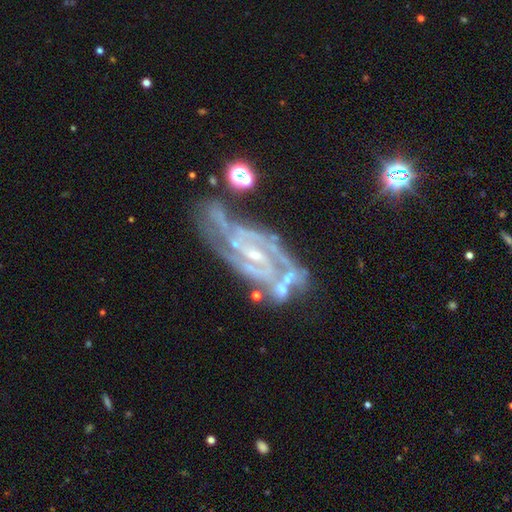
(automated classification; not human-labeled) A featured or disk galaxy (89%) with a weak bar (41%), 2 (46%) tight (53%) spiral arms (98%) and a small central bulge (75%). Merging: none (58%).